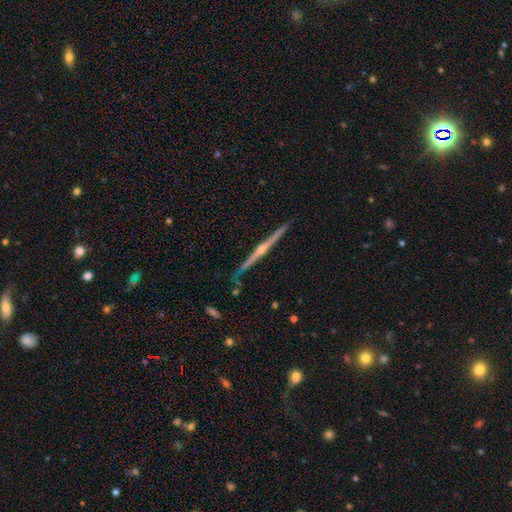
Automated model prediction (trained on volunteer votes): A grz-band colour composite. It shows a featured or disk galaxy (85%) viewed edge-on (98%) with a rounded central bulge (85%). Merging: none (89%).